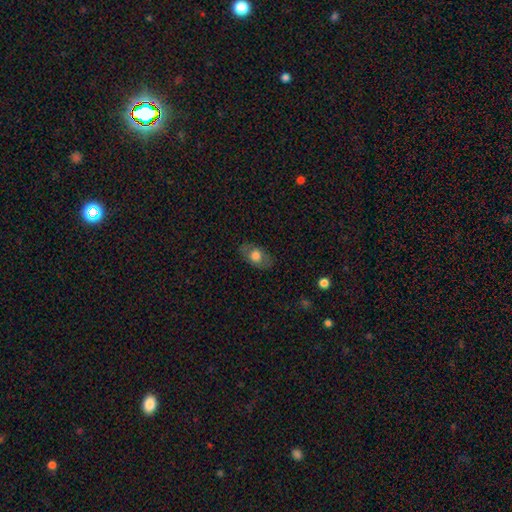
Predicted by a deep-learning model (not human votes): This appears to be a smooth galaxy with no disk features (67%) that is in between round and cigar-shaped (83%). Merging: none (80%).